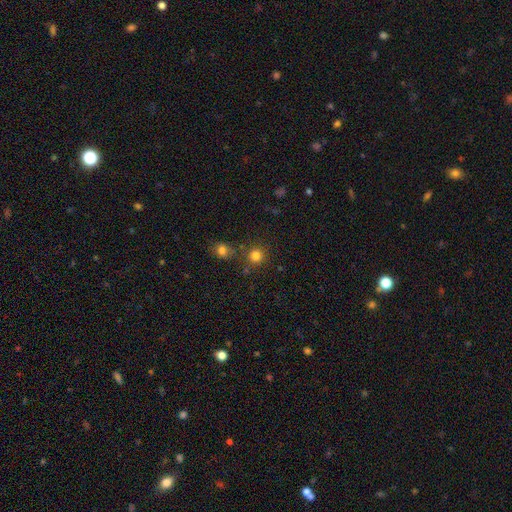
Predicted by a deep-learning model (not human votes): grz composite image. It shows a smooth galaxy with no disk features (79%) that is round (91%). Merging: none (78%).